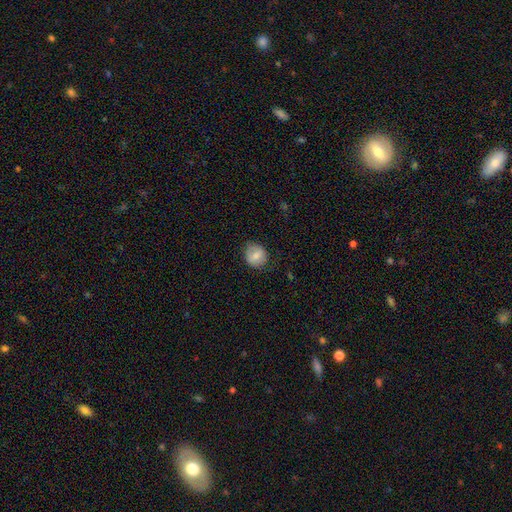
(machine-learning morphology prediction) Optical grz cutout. It shows a smooth galaxy with no disk features (76%) that is round (76%). Merging: none (78%).